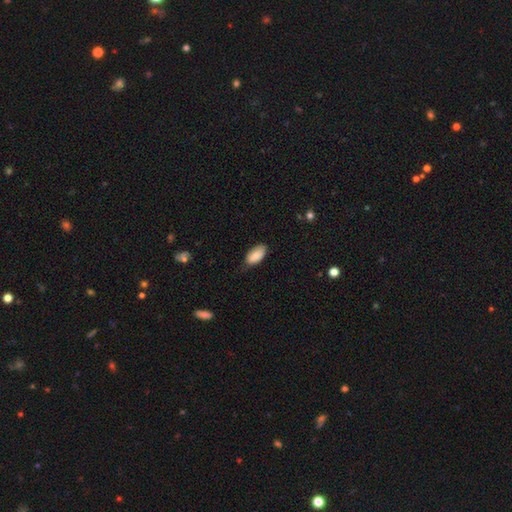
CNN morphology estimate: Smooth or featured?
  - smooth: 87% *
  - featured or disk: 7%
  - star or artifact: 6%
How rounded?
  - in between: 93% *
  - cigar-shaped: 4%
  - round: 2%
Merging?
  - none: 63% *
  - minor disturbance: 30%
  - major disturbance: 5%
  - merger: 1%